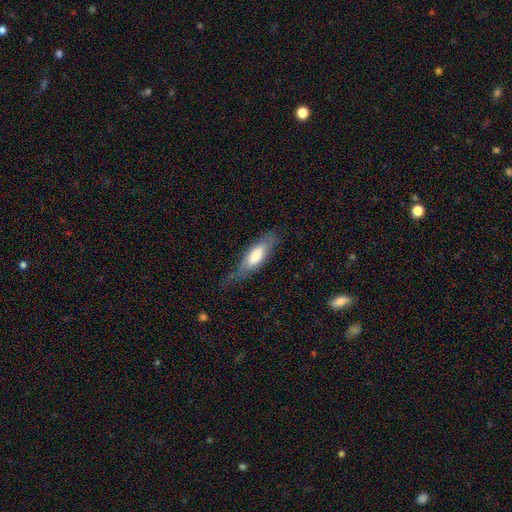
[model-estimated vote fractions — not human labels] smooth_or_featured: smooth (p=0.64) [alt: featured or disk p=0.30]
how_rounded: in between (p=0.56) [alt: cigar-shaped p=0.43]
merging: none (p=0.59) [alt: minor disturbance p=0.27]